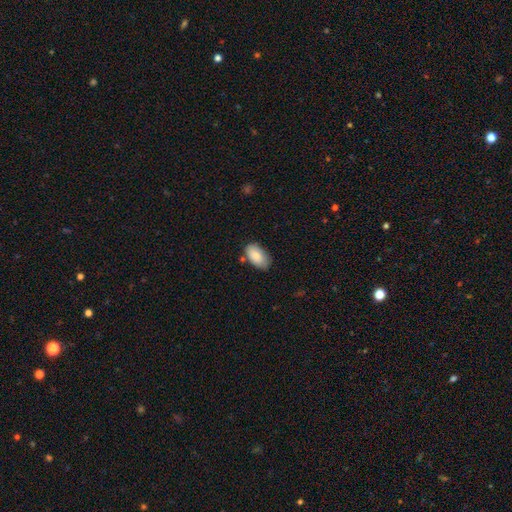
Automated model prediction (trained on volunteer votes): A smooth galaxy with no disk features (83%) that is in between round and cigar-shaped (94%). Merging: none (67%).